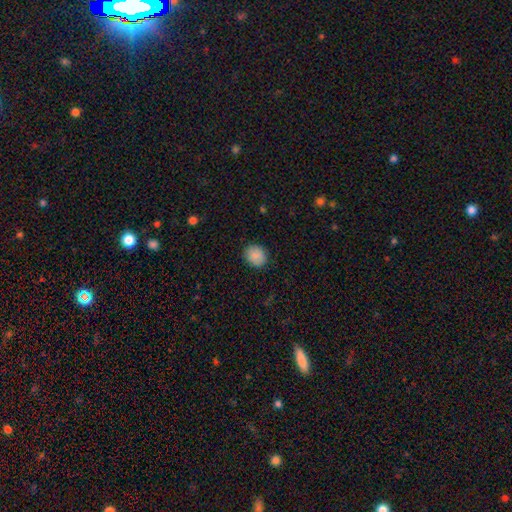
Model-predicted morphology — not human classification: Overall: smooth (88%). How rounded: round (69%; in between 30%). Merging: none (88%).